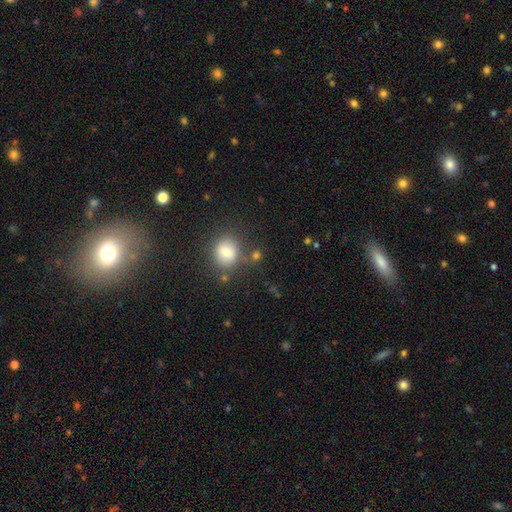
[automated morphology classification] This appears to be a smooth galaxy with no disk features (78%) that is round (62%). Merging: none (74%).